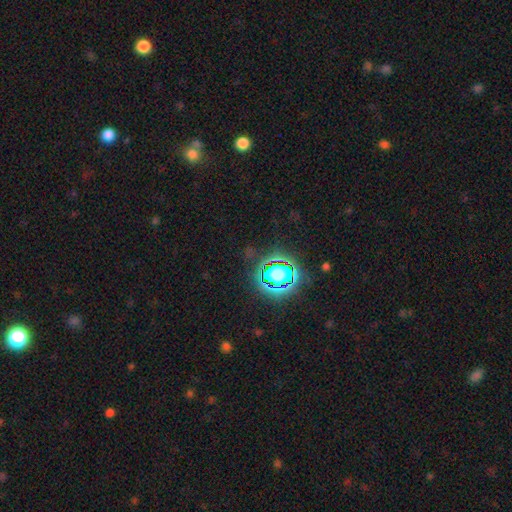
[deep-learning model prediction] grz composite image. It shows a star or artifact, not a galaxy (77%).